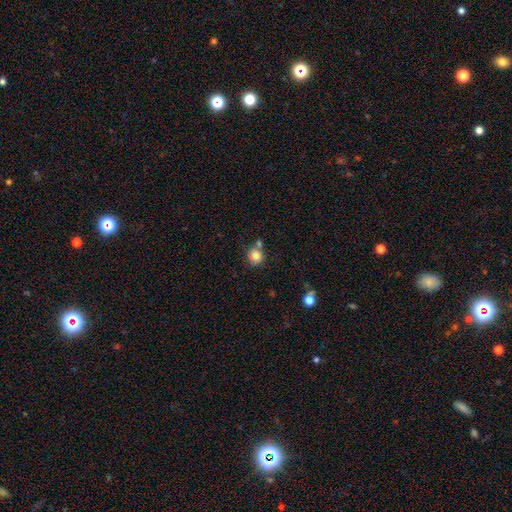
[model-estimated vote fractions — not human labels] Morphology: type=smooth (80%); roundness=round (87%); merging=none (63%).